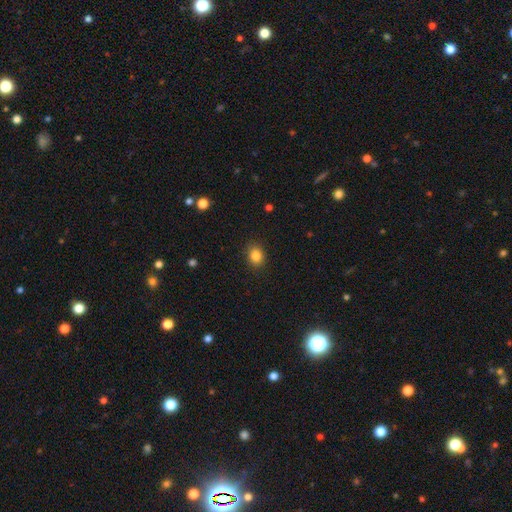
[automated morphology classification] Smooth or featured? Predicted: smooth (p=0.84). How rounded? Predicted: round (p=0.52). Merging? Predicted: none (p=0.87).